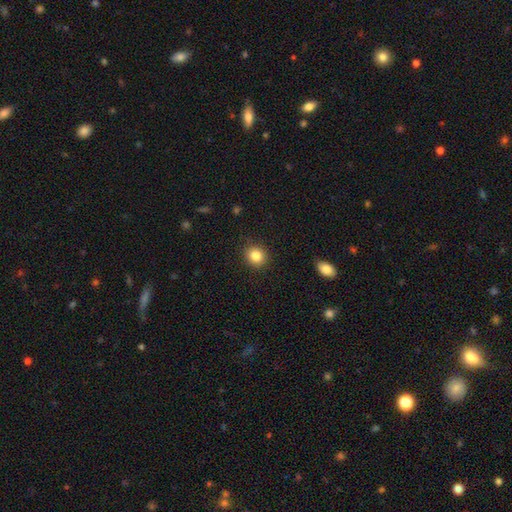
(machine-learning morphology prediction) Smooth or featured? smooth (84%)
How rounded? round (82%)
Merging? none (91%)